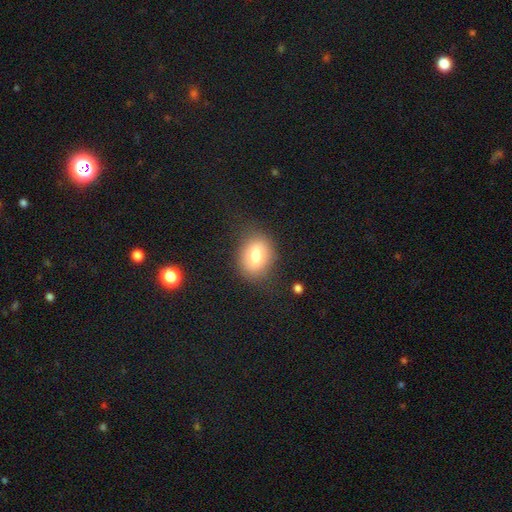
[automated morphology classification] type=smooth (77%); roundness=in between (60%); merging=none (79%).